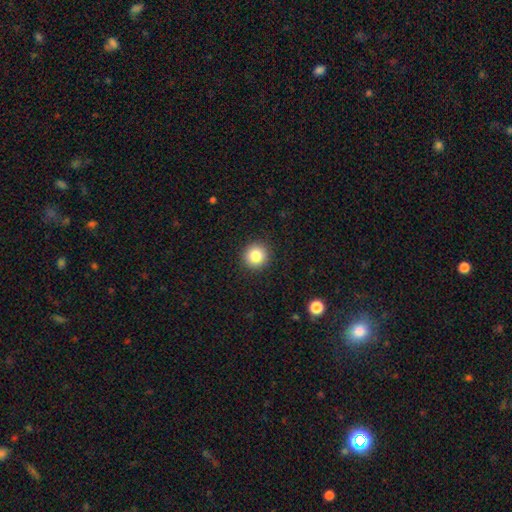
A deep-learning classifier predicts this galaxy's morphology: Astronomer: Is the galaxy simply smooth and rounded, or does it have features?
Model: smooth — 83%.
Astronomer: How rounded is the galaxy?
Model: round — 94%.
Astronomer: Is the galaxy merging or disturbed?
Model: none — 92%.